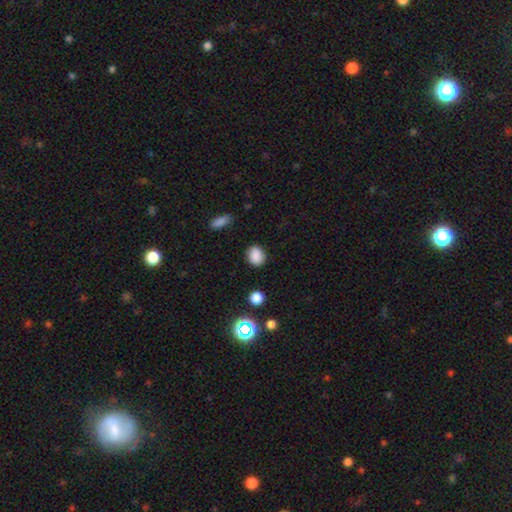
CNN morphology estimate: Smooth or featured? Predicted: smooth (p=0.86). How rounded? Predicted: round (p=0.54). Merging? Predicted: none (p=0.86).